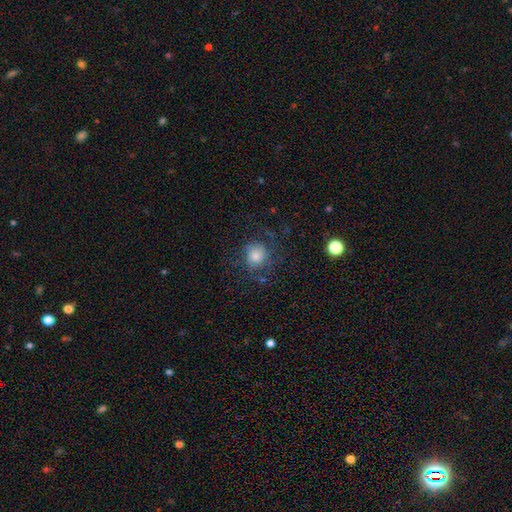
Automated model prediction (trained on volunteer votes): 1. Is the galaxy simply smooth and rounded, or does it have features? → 46% smooth, 39% featured or disk, 15% star or artifact.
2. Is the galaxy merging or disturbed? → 65% none, 17% major disturbance, 17% minor disturbance, 2% merger.